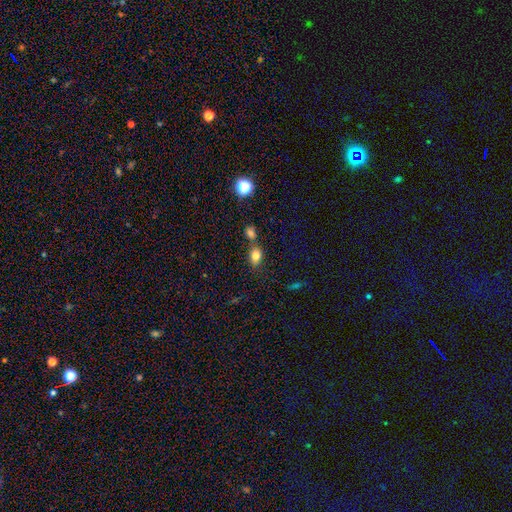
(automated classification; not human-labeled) Smooth or featured: smooth — 80% (star or artifact — 12%)
How rounded: in between — 72% (round — 27%)
Merging: none — 57% (merger — 27%)